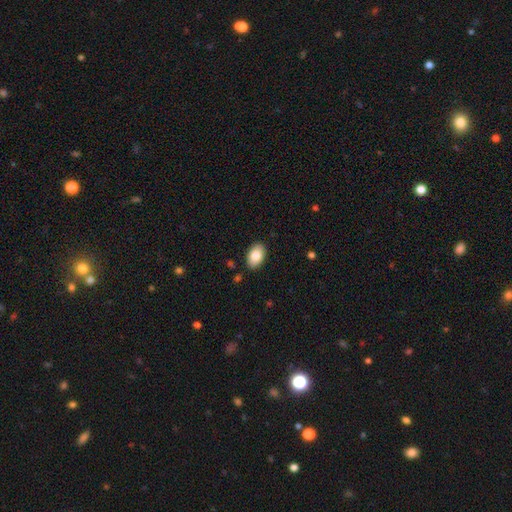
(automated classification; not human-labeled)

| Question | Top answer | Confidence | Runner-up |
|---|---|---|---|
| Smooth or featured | smooth | 84% | featured or disk (9%) |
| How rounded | in between | 92% | round (7%) |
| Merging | none | 88% | minor disturbance (9%) |